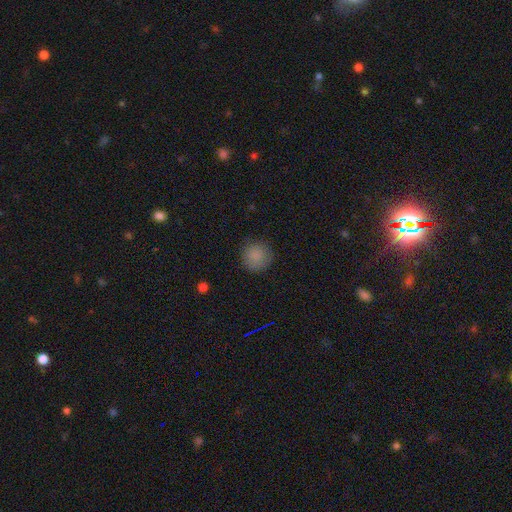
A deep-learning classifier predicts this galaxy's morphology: Smooth or featured?
  - smooth: 86% *
  - star or artifact: 10%
  - featured or disk: 5%
How rounded?
  - round: 94% *
  - in between: 5%
  - cigar-shaped: 1%
Merging?
  - none: 87% *
  - minor disturbance: 10%
  - major disturbance: 3%
  - merger: 1%